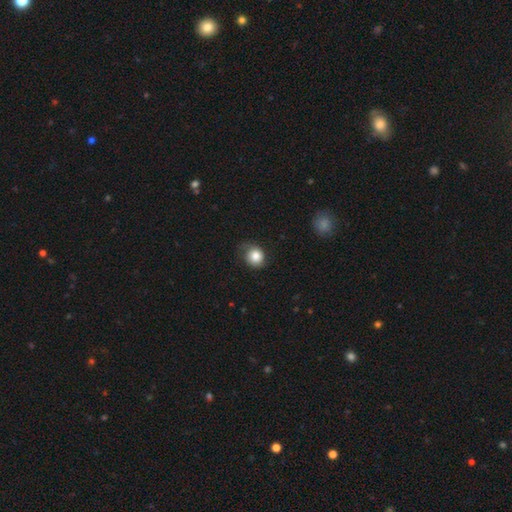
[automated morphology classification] smooth_or_featured: smooth (p=0.81) [alt: featured or disk p=0.11]
how_rounded: round (p=0.76) [alt: in between p=0.23]
merging: none (p=0.58) [alt: minor disturbance p=0.29]